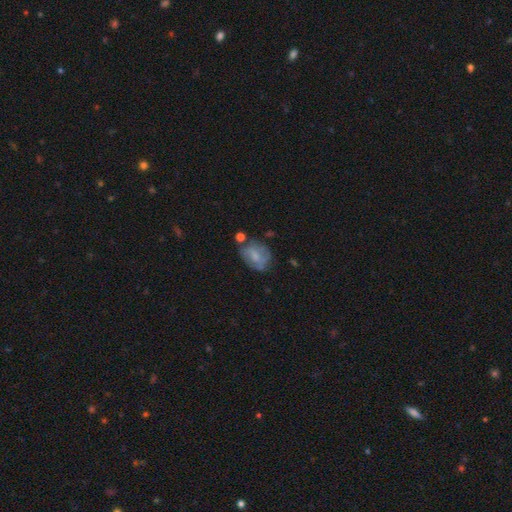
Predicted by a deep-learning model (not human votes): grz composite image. It shows a smooth galaxy with no disk features (55%) that is in between round and cigar-shaped (72%). Merging: none (50%).